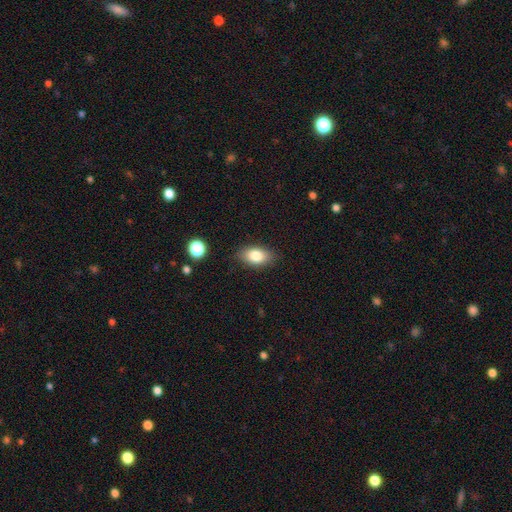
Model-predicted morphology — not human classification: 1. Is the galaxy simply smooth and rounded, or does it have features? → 82% smooth, 10% featured or disk, 8% star or artifact.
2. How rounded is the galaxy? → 88% in between, 8% round, 3% cigar-shaped.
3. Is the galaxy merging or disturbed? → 84% none, 12% minor disturbance, 3% major disturbance, 1% merger.